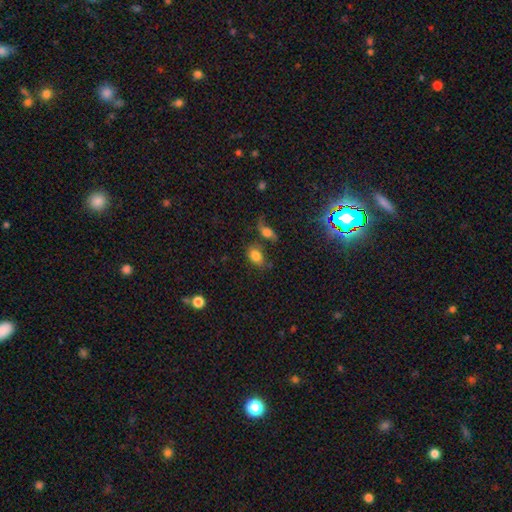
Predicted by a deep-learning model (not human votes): Morphology: type=smooth (78%); roundness=in between (73%); merging=none (55%).